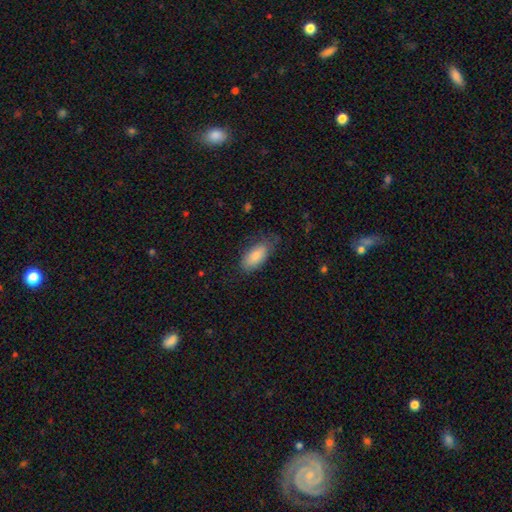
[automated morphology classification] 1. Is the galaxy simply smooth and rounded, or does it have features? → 84% smooth, 10% featured or disk, 6% star or artifact.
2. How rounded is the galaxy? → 89% in between, 9% cigar-shaped, 2% round.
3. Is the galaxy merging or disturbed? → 64% none, 26% minor disturbance, 8% major disturbance, 1% merger.